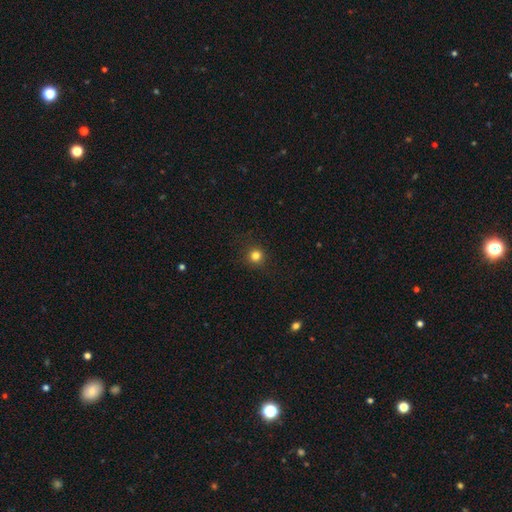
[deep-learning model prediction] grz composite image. It shows a smooth galaxy with no disk features (81%) that is round (94%). Merging: none (90%).